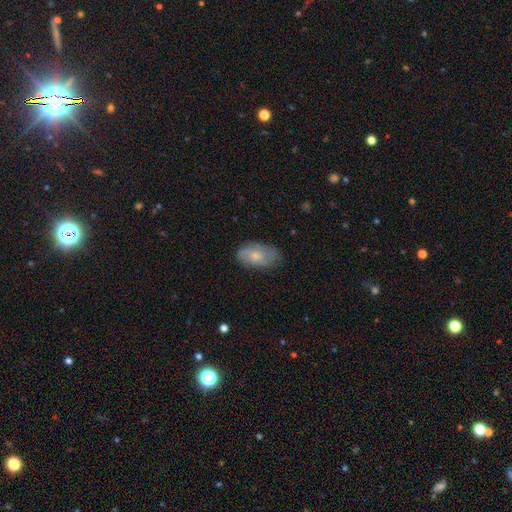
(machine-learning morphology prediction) The model was most divided on "smooth or featured": smooth: 55%, featured or disk: 38%, star or artifact: 7%. More confident: how rounded — in between (91%); merging — none (72%).